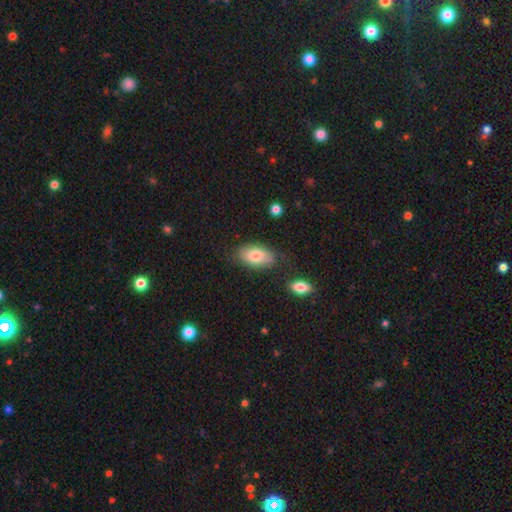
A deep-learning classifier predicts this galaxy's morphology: Smooth or featured? Predicted: smooth (p=0.78). How rounded? Predicted: in between (p=0.92). Merging? Predicted: none (p=0.71).